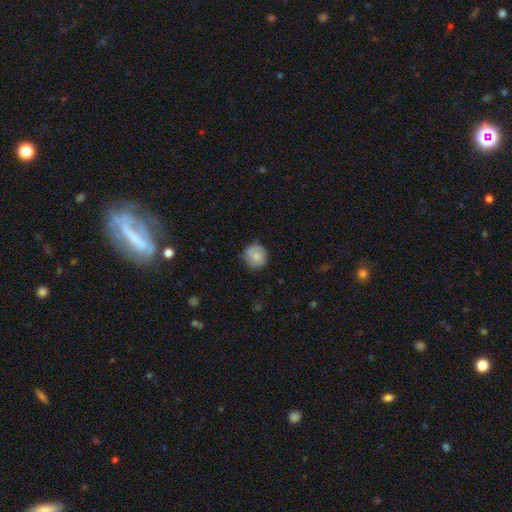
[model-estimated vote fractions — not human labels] A smooth galaxy with no disk features (81%) that is round (88%). Merging: none (82%).